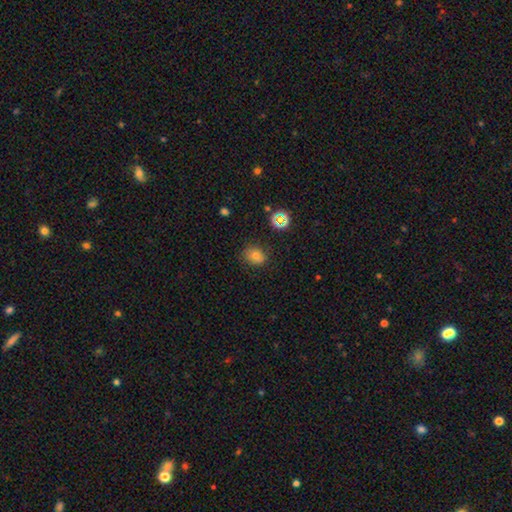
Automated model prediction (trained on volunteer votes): Smooth or featured: smooth — 73% (star or artifact — 18%)
How rounded: round — 60% (in between — 39%)
Merging: none — 81% (minor disturbance — 14%)